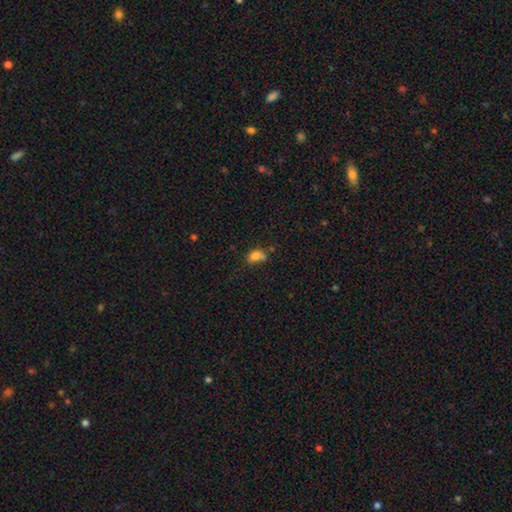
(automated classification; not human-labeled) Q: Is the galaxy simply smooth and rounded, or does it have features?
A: smooth — 78%.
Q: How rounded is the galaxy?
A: in between — 72%.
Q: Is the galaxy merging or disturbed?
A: none — 40%.